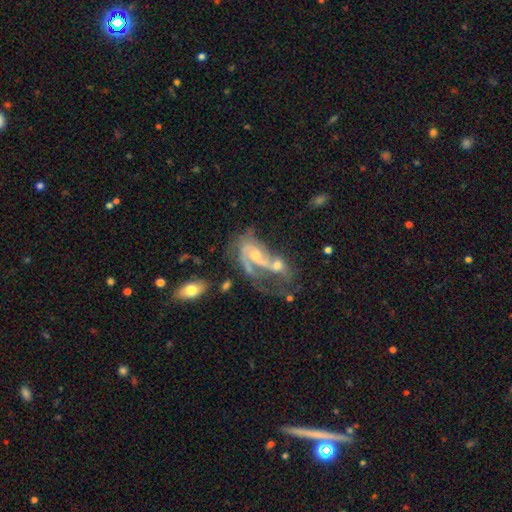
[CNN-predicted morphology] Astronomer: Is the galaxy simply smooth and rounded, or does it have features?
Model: featured or disk — 75%.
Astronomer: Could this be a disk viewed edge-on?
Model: no — 95%.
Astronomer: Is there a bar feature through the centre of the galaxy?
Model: no — 62%.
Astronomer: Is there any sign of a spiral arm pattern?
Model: yes — 79%.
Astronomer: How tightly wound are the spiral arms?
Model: medium — 39% (runner-up: loose, 37%).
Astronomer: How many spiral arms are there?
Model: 2 — 43% (runner-up: 1, 25%).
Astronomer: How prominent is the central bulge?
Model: small — 44%, tied with moderate at 44%.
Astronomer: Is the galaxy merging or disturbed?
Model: merger — 48% (runner-up: major disturbance, 24%).